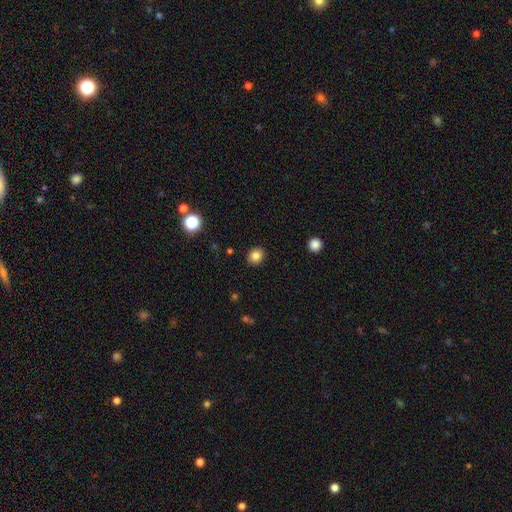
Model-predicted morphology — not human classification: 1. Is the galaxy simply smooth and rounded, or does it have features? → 83% smooth, 11% star or artifact, 6% featured or disk.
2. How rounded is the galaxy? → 75% round, 24% in between, 1% cigar-shaped.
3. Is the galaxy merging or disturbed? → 90% none, 7% minor disturbance, 2% major disturbance, 1% merger.